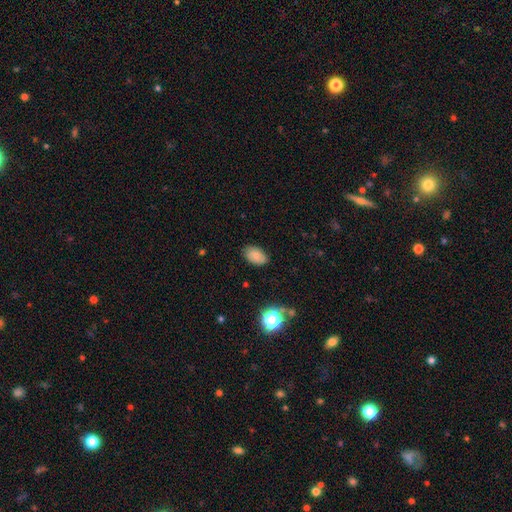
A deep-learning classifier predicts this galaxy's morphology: Smooth or featured? smooth (76%)
How rounded? in between (88%)
Merging? none (82%)